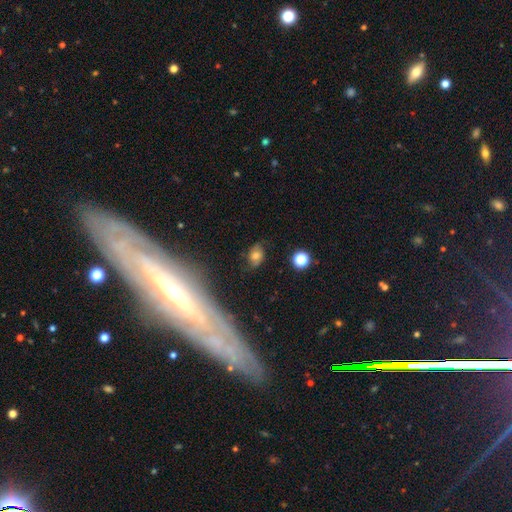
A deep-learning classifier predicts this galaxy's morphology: type=smooth (61%); roundness=in between (68%); merging=none (66%).